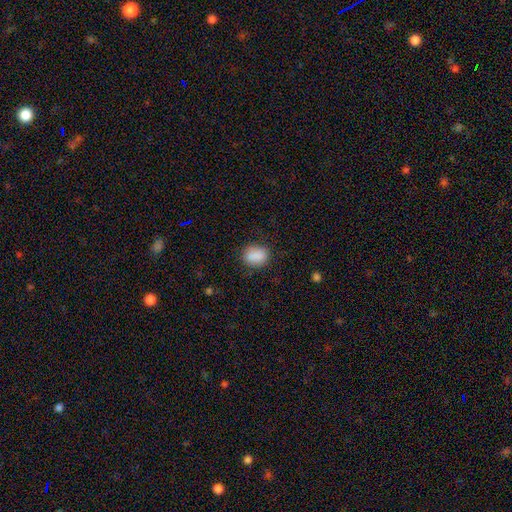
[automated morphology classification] This is clearly a smooth galaxy (87%). How rounded: possibly in between (59%). Merging: clearly none (81%).